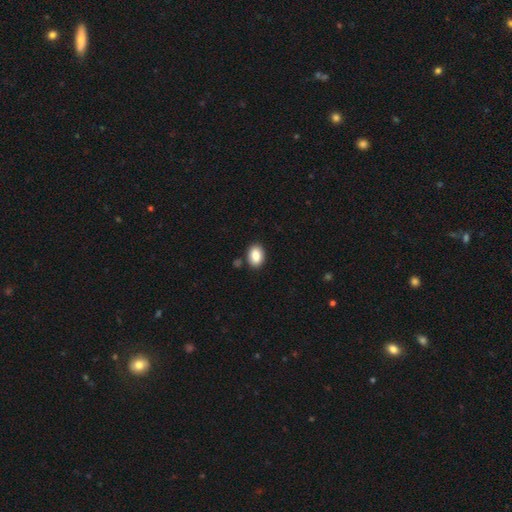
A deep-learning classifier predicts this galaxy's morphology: Smooth or featured? Predicted: smooth (p=0.87). How rounded? Predicted: in between (p=0.83). Merging? Predicted: none (p=0.86).